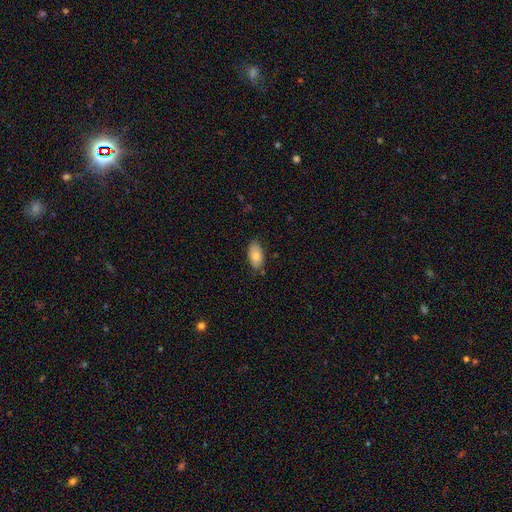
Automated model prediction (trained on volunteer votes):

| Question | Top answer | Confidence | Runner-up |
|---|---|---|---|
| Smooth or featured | smooth | 80% | featured or disk (13%) |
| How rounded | in between | 93% | cigar-shaped (3%) |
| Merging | none | 77% | minor disturbance (18%) |